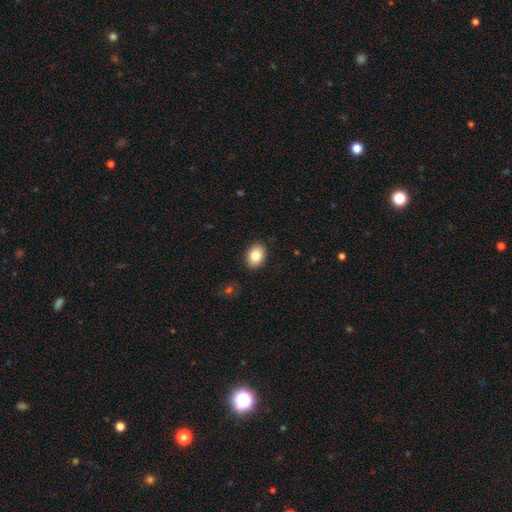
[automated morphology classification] Smooth or featured?
  - smooth: 83% *
  - featured or disk: 9%
  - star or artifact: 8%
How rounded?
  - in between: 77% *
  - round: 22%
  - cigar-shaped: 1%
Merging?
  - none: 89% *
  - minor disturbance: 8%
  - major disturbance: 2%
  - merger: 1%